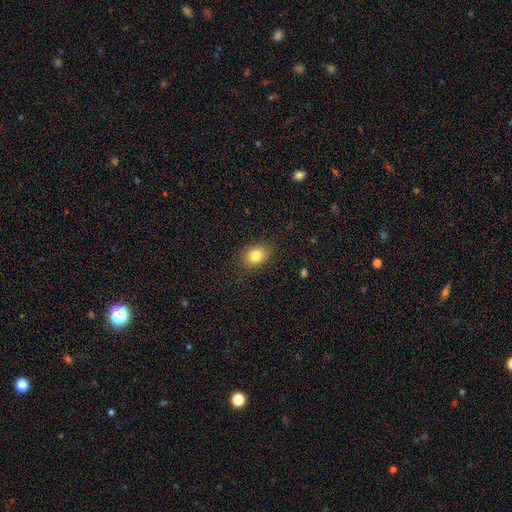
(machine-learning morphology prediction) A smooth galaxy with no disk features (81%) that is in between round and cigar-shaped (60%).

Vote fractions:
- Smooth or featured? smooth: 81% / star or artifact: 10% / featured or disk: 9%
- How rounded? in between: 60% / round: 39% / cigar-shaped: 1%
- Merging? none: 85% / minor disturbance: 11% / major disturbance: 3% / merger: 1%